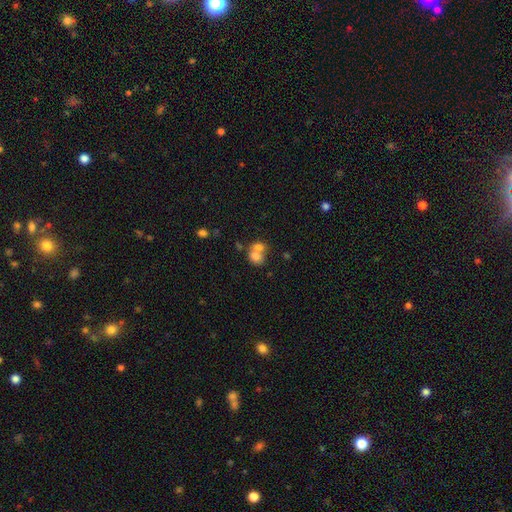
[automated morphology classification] type=smooth (74%); roundness=in between (51%); merging=merger (66%).